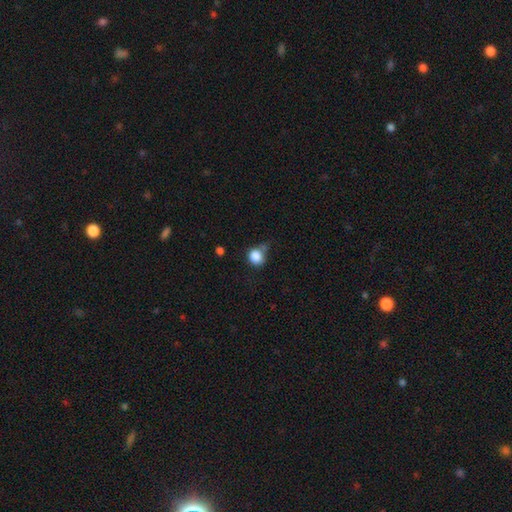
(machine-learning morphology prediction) This appears to be a smooth galaxy with no disk features (84%) that is round (77%). Merging: none (49%).